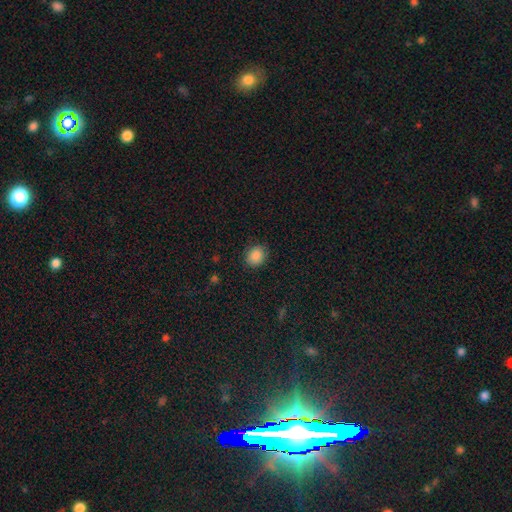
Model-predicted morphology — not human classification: Smooth or featured?
  - smooth: 87% *
  - star or artifact: 9%
  - featured or disk: 3%
How rounded?
  - round: 64% *
  - in between: 35%
  - cigar-shaped: 1%
Merging?
  - none: 85% *
  - minor disturbance: 11%
  - major disturbance: 3%
  - merger: 1%